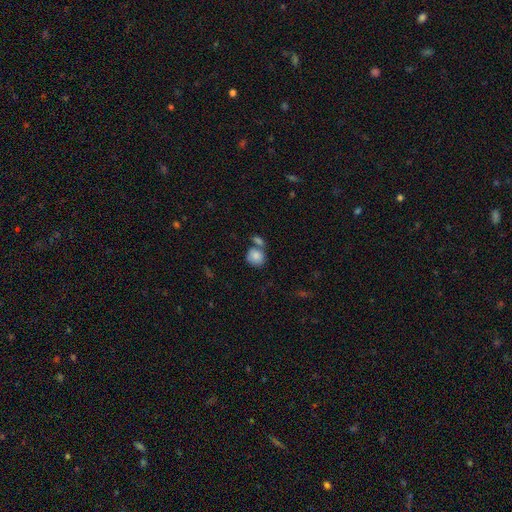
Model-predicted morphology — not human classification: Smooth or featured: smooth — 84% (featured or disk — 8%)
How rounded: round — 78% (in between — 20%)
Merging: none — 47% (merger — 36%)